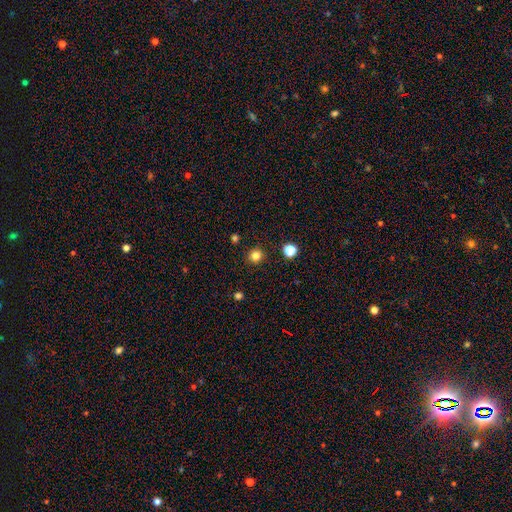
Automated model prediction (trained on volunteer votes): The model was most divided on "smooth or featured": smooth: 82%, star or artifact: 14%, featured or disk: 4%. More confident: how rounded — round (92%); merging — none (91%).